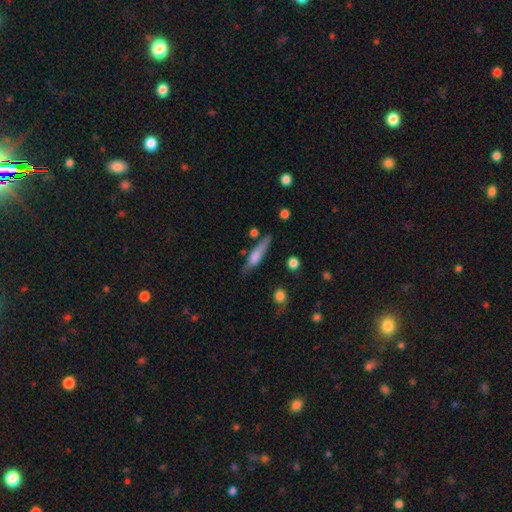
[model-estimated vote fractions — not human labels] Overall: smooth (58%; featured or disk 35%). How rounded: cigar-shaped (77%). Merging: none (59%; minor disturbance 25%).